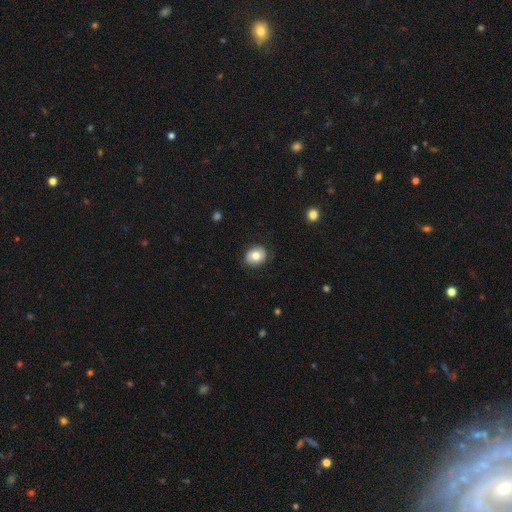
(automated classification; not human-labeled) Morphology: type=smooth (71%); roundness=round (60%); merging=none (80%).